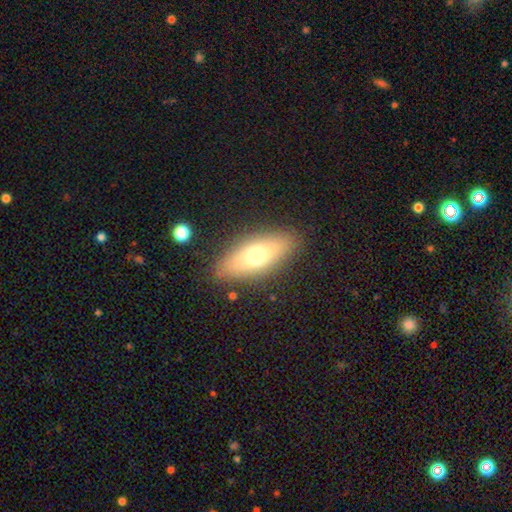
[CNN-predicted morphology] This is likely a smooth galaxy (64%). How rounded: likely in between (73%). Merging: clearly none (86%).